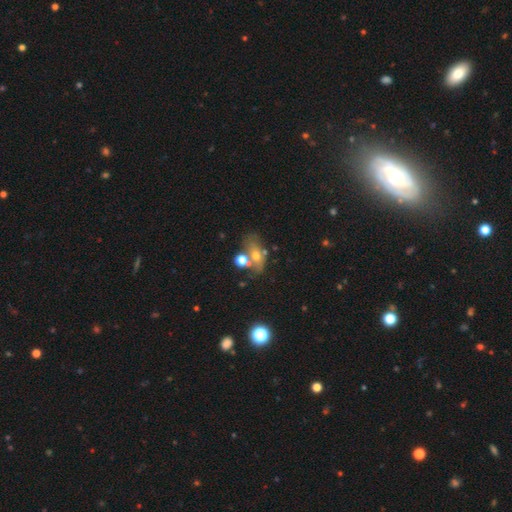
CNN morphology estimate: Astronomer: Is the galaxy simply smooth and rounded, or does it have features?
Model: smooth — 53% (runner-up: featured or disk, 32%).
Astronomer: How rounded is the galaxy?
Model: in between — 73%.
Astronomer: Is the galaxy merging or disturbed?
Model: none — 40% (runner-up: merger, 32%).